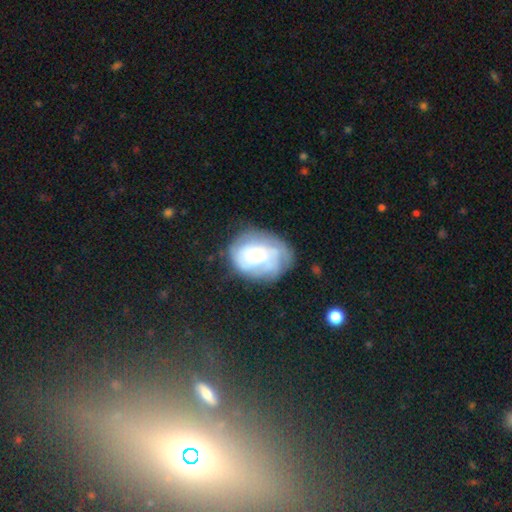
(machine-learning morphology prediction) featured or disk 54%, smooth 36%, star or artifact 10%. Down the decision tree: edge-on disk — no (97%); bar — no (78%); spiral arms — yes (70%); bulge size — moderate (29%); merging — none (53%).